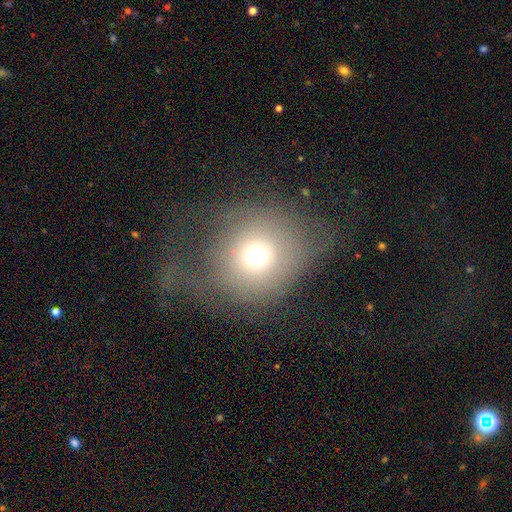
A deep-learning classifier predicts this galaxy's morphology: type=smooth (67%); roundness=round (89%); merging=none (48%).